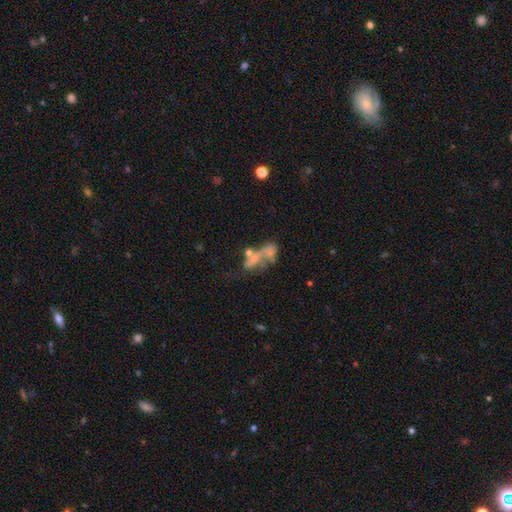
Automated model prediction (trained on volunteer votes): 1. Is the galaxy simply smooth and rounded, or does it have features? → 45% featured or disk, 36% smooth, 19% star or artifact.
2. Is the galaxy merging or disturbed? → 45% merger, 22% none, 22% major disturbance, 11% minor disturbance.